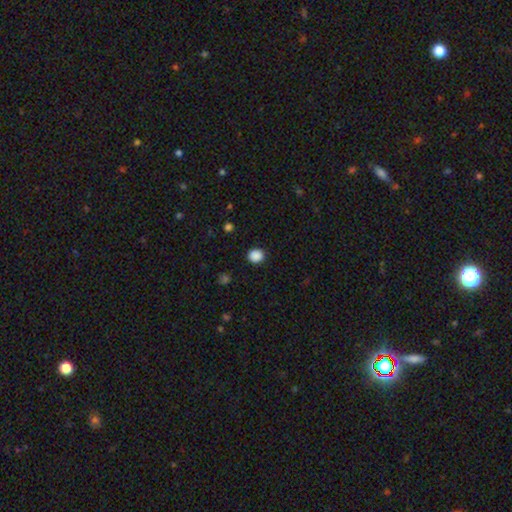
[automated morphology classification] smooth 88%, star or artifact 10%, featured or disk 2%. Down the decision tree: how rounded — round (77%); merging — none (90%).